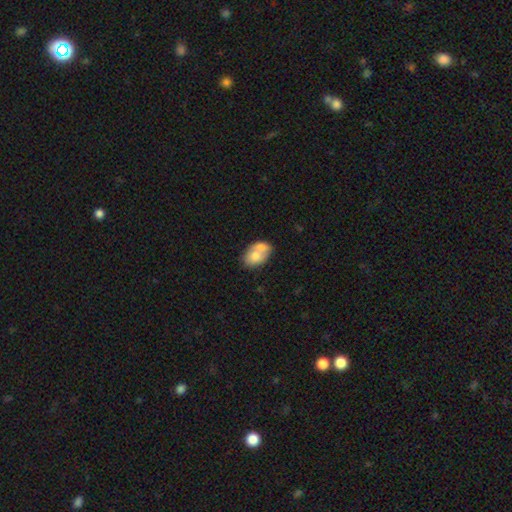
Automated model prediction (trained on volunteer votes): Morphology: type=smooth (68%); roundness=in between (79%); merging=merger (54%).